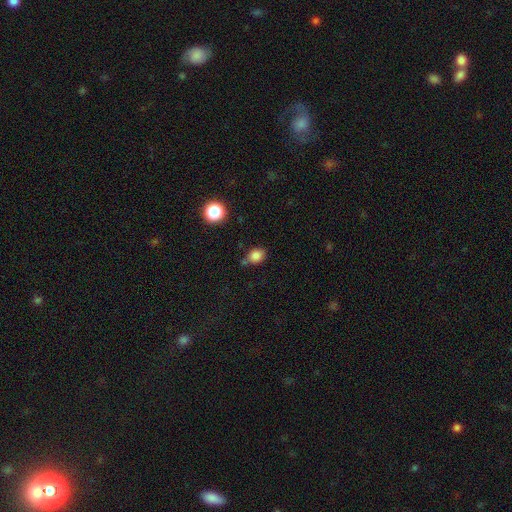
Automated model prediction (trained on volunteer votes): Smooth or featured? smooth (82%)
How rounded? in between (52%)
Merging? none (64%)